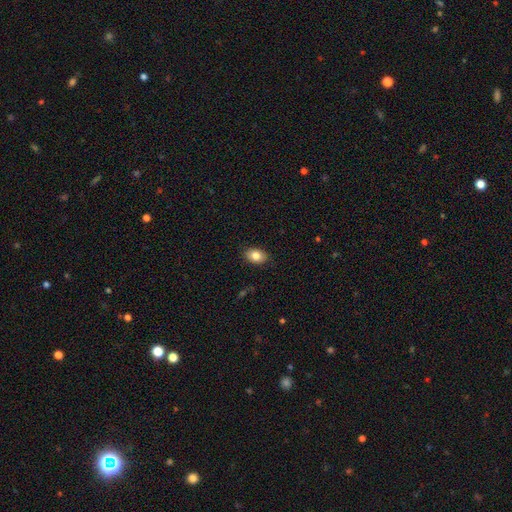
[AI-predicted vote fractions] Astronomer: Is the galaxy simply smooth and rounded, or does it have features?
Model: smooth — 83%.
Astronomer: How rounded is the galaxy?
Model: in between — 82%.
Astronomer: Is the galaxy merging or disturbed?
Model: none — 88%.